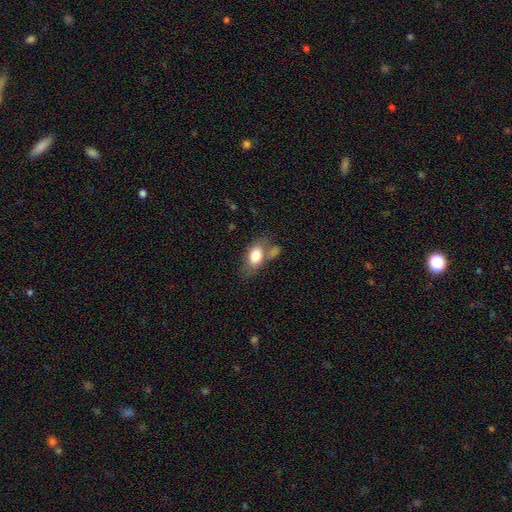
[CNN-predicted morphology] smooth 76%, featured or disk 17%, star or artifact 7%. Down the decision tree: how rounded — in between (87%); merging — none (46%).